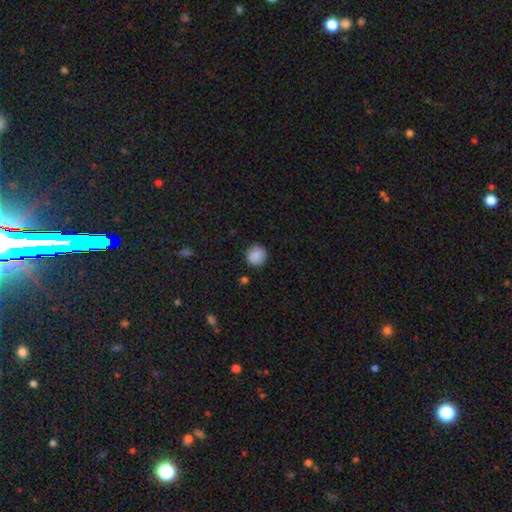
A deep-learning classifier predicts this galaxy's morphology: Smooth or featured? smooth (89%)
How rounded? round (89%)
Merging? none (88%)